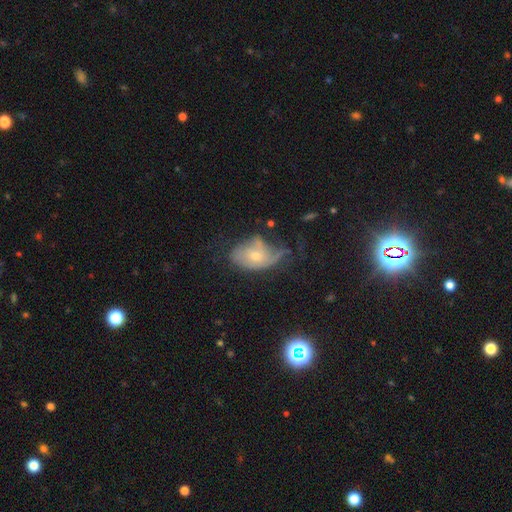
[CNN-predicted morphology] Smooth or featured? Predicted: featured or disk (p=0.48). Merging? Predicted: minor disturbance (p=0.33).